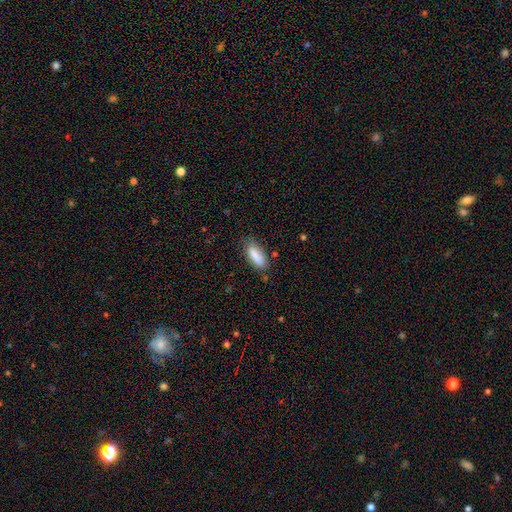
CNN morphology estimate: Overall: smooth (86%). How rounded: in between (75%). Merging: none (74%).